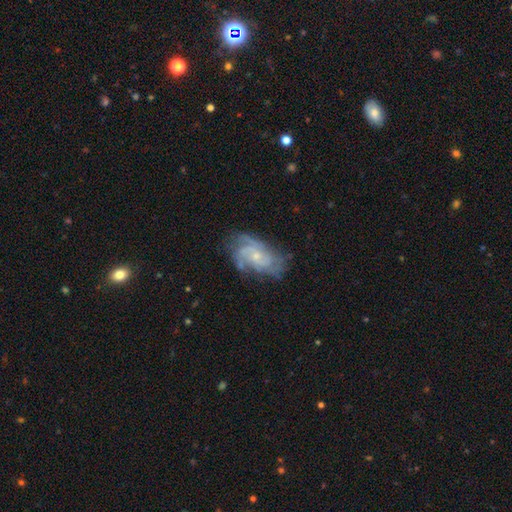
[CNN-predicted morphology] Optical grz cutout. It shows a featured or disk galaxy (83%) with no bar (70%), 3 (29%) tight (46%) spiral arms (95%) and a small central bulge (71%). Merging: none (67%).